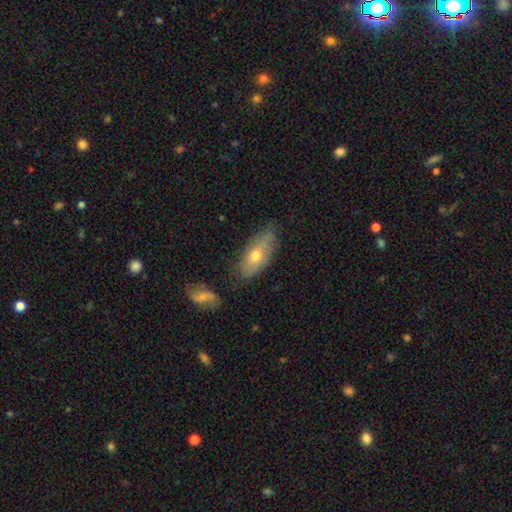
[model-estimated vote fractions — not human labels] smooth 57%, featured or disk 35%, star or artifact 8%. Down the decision tree: how rounded — in between (78%); merging — none (73%).